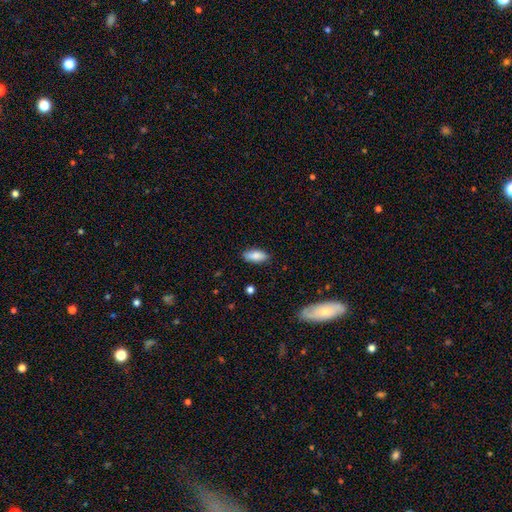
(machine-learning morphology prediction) Smooth or featured? smooth (85%)
How rounded? in between (84%)
Merging? none (85%)